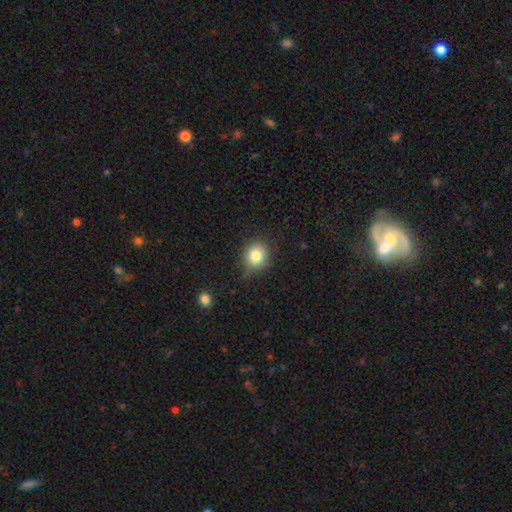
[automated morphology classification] A smooth galaxy with no disk features (81%) that is round (79%). Merging: none (73%).